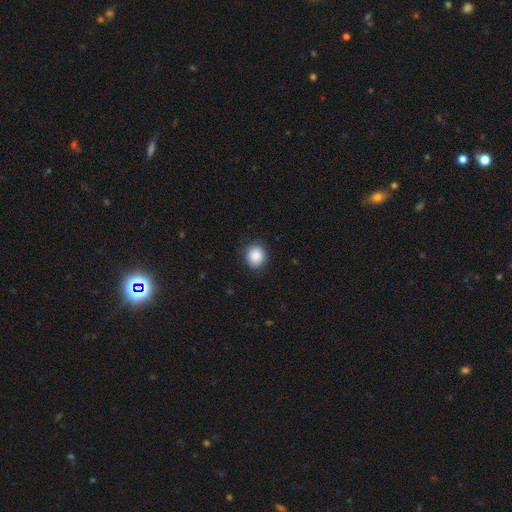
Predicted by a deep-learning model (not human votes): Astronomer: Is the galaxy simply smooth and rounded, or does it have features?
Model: smooth — 88%.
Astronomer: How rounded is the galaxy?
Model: round — 82%.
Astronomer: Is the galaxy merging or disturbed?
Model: none — 87%.